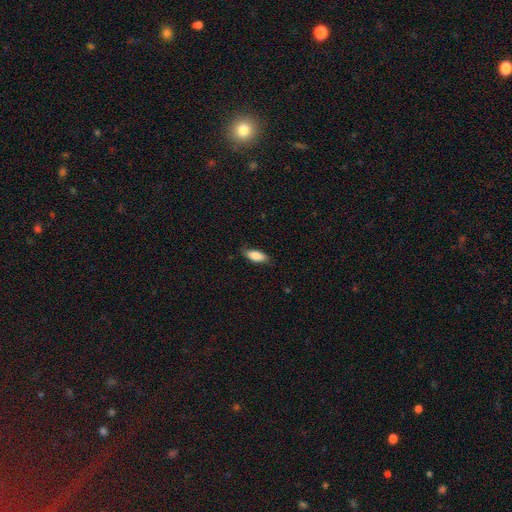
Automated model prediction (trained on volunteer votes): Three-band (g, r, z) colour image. It shows a smooth galaxy with no disk features (86%) that is in between round and cigar-shaped (81%). Merging: none (80%).